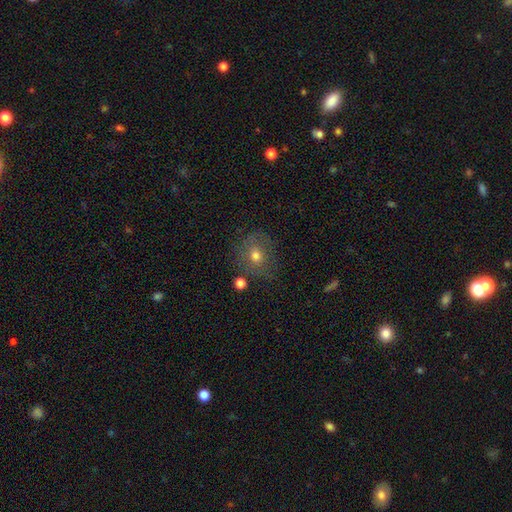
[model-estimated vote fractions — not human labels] Smooth or featured: smooth — 62% (featured or disk — 24%)
How rounded: round — 78% (in between — 21%)
Merging: none — 71% (minor disturbance — 17%)